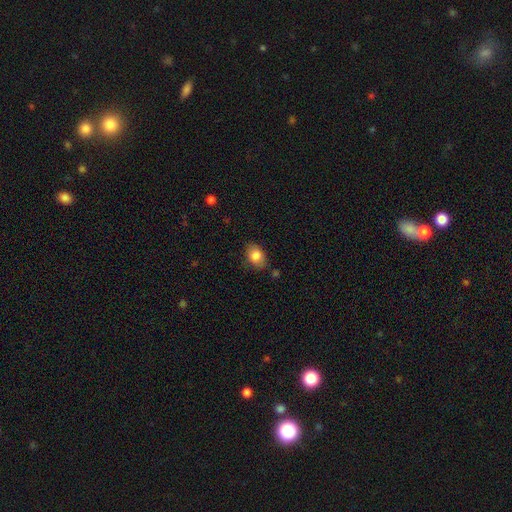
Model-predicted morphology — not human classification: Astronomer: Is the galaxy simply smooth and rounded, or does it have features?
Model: smooth — 83%.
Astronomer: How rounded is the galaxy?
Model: in between — 81%.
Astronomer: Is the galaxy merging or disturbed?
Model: none — 76%.